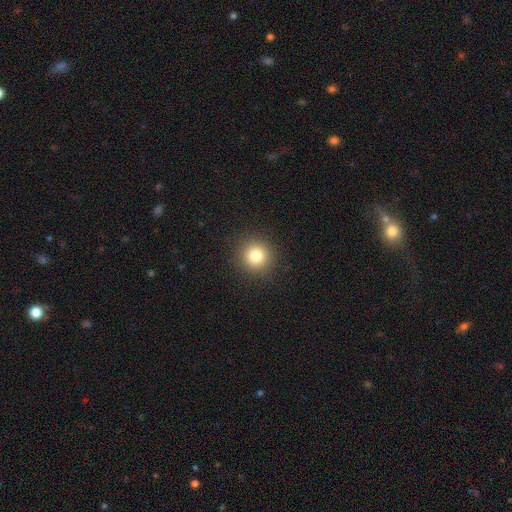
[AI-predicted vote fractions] Smooth or featured?
  - smooth: 81% *
  - star or artifact: 12%
  - featured or disk: 7%
How rounded?
  - round: 93% *
  - in between: 6%
  - cigar-shaped: 1%
Merging?
  - none: 91% *
  - minor disturbance: 5%
  - major disturbance: 2%
  - merger: 1%